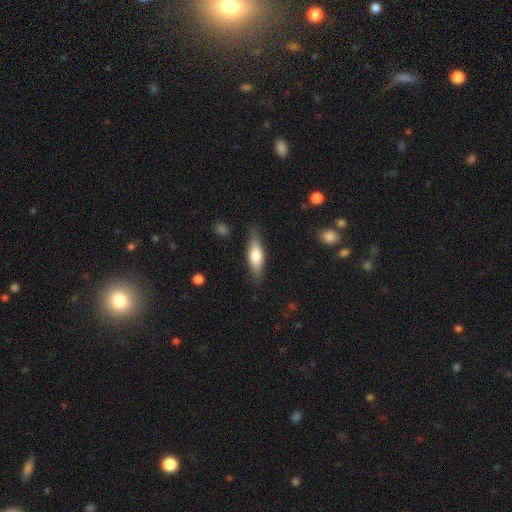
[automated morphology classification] smooth_or_featured: smooth (p=0.65) [alt: featured or disk p=0.30]
how_rounded: cigar-shaped (p=0.52) [alt: in between p=0.46]
merging: none (p=0.82) [alt: minor disturbance p=0.14]